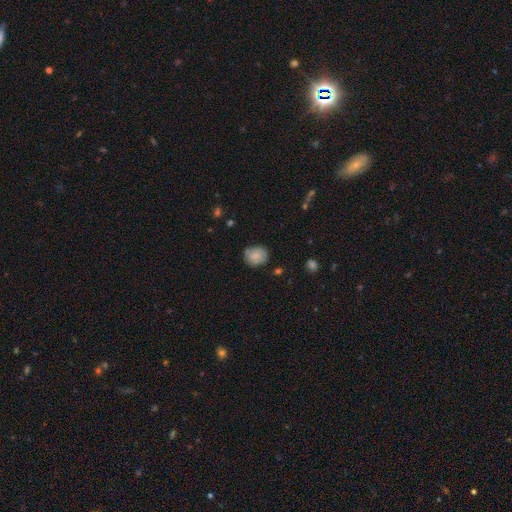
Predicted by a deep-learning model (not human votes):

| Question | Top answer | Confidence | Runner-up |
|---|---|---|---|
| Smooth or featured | smooth | 67% | featured or disk (24%) |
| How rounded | round | 61% | in between (38%) |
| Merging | none | 71% | minor disturbance (20%) |